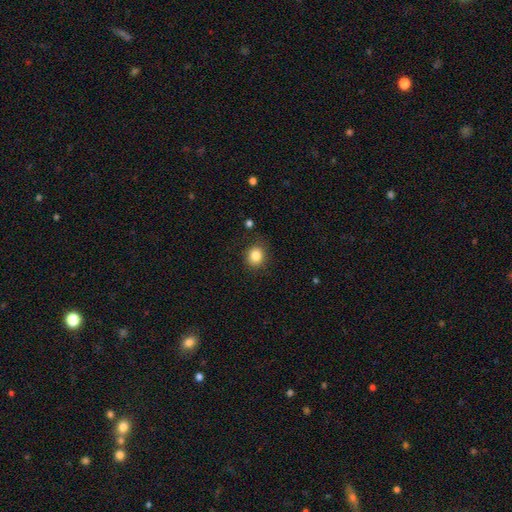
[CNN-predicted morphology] Smooth or featured? smooth (84%)
How rounded? round (77%)
Merging? none (84%)